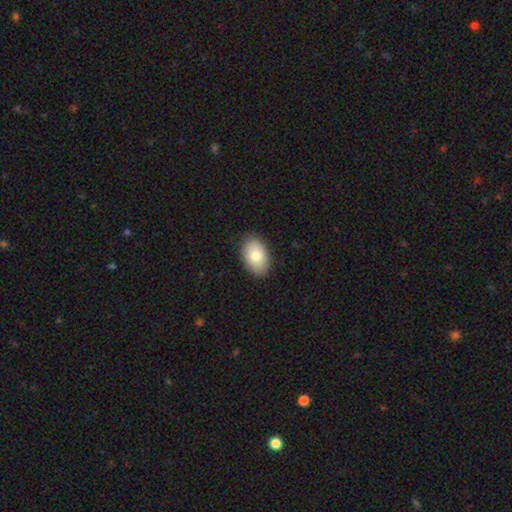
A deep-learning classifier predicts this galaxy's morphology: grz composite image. It shows a smooth galaxy with no disk features (83%) that is in between round and cigar-shaped (91%). Merging: none (88%).